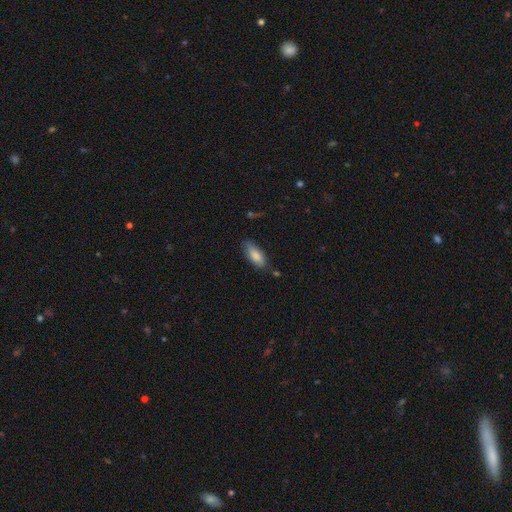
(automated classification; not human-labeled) Smooth or featured? smooth (82%)
How rounded? in between (79%)
Merging? none (73%)